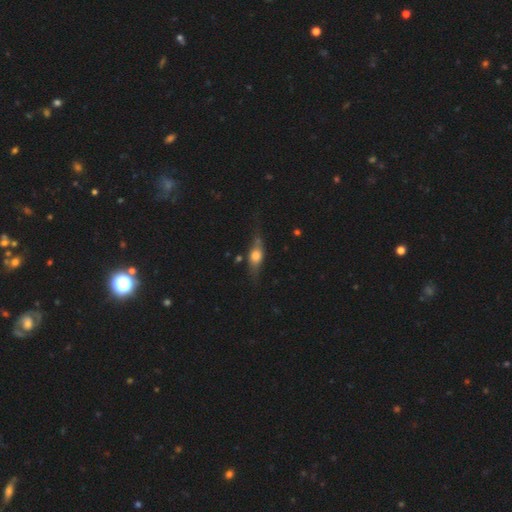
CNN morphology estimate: Smooth or featured? smooth (47%)
Merging? none (64%)